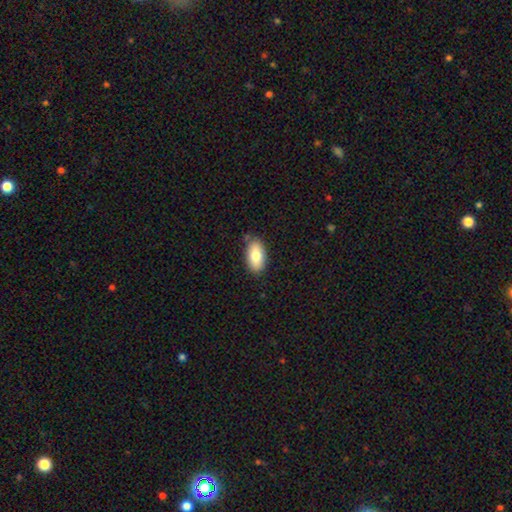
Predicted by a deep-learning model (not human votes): Smooth or featured?
  - smooth: 79% *
  - featured or disk: 15%
  - star or artifact: 7%
How rounded?
  - in between: 92% *
  - cigar-shaped: 4%
  - round: 4%
Merging?
  - none: 82% *
  - minor disturbance: 13%
  - major disturbance: 2%
  - merger: 2%